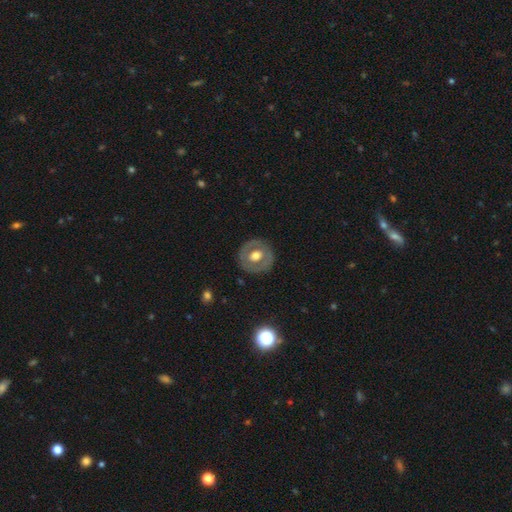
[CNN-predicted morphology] Smooth or featured? featured or disk (50%)
Merging? none (85%)